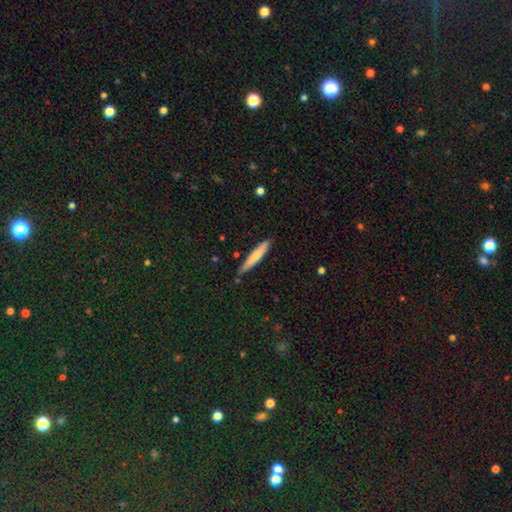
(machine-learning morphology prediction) The model was most divided on "smooth or featured": smooth: 68%, featured or disk: 26%, star or artifact: 6%. More confident: how rounded — cigar-shaped (92%); merging — none (83%).